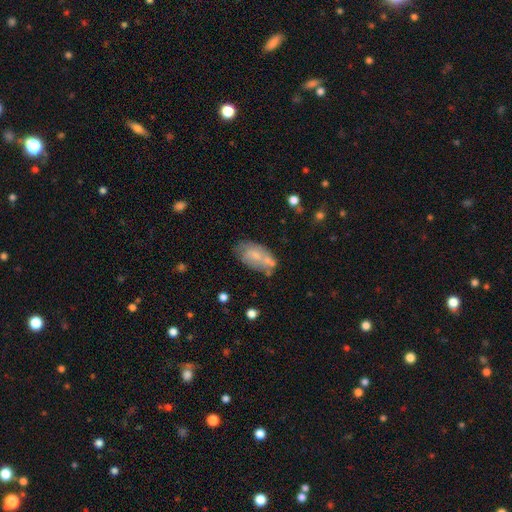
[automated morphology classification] Smooth or featured: smooth — 56% (featured or disk — 36%)
How rounded: in between — 91% (cigar-shaped — 4%)
Merging: none — 45% (minor disturbance — 26%)